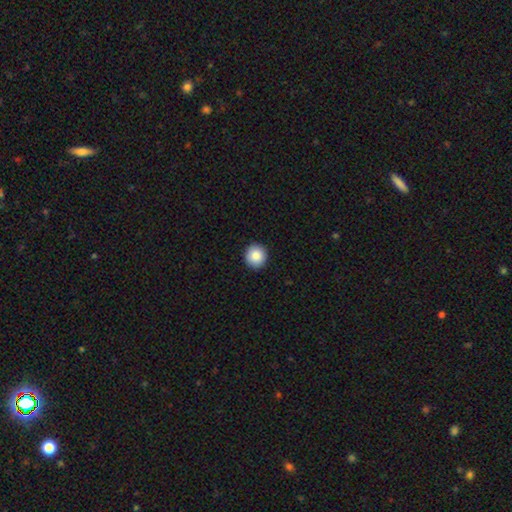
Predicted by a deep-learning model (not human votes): Smooth or featured? Predicted: smooth (p=0.87). How rounded? Predicted: round (p=0.93). Merging? Predicted: none (p=0.93).